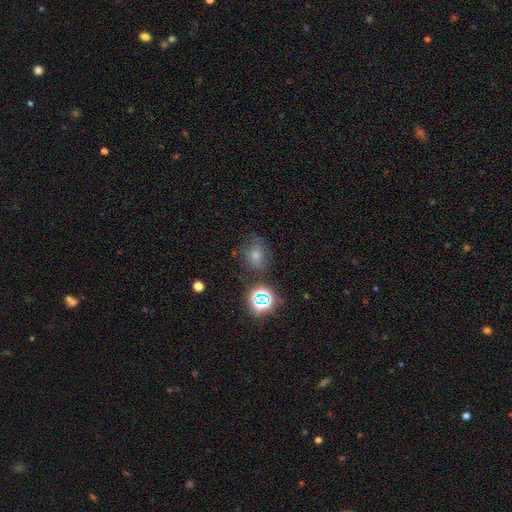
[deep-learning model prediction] Q: Smooth or featured?
A: smooth (65%); runner-up: star or artifact (23%)
Q: How rounded?
A: round (50%); runner-up: in between (48%)
Q: Merging?
A: none (66%); runner-up: minor disturbance (21%)